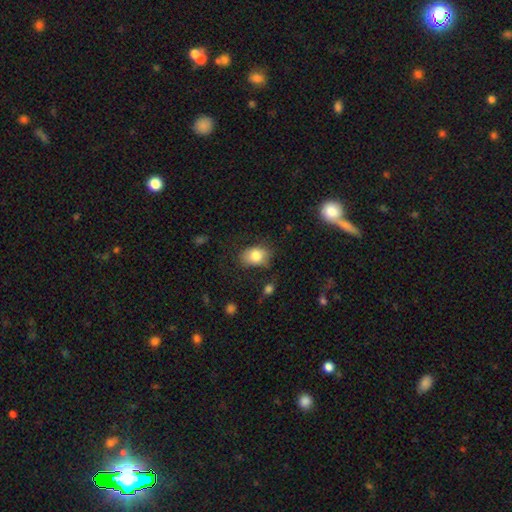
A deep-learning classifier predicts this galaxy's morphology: Overall: smooth (82%). How rounded: in between (71%). Merging: none (68%).